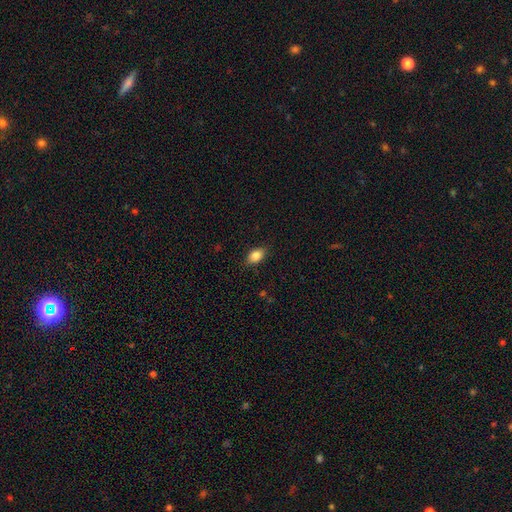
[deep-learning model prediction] Q: Smooth or featured?
A: smooth (85%); runner-up: star or artifact (8%)
Q: How rounded?
A: in between (85%); runner-up: round (13%)
Q: Merging?
A: none (87%); runner-up: minor disturbance (10%)